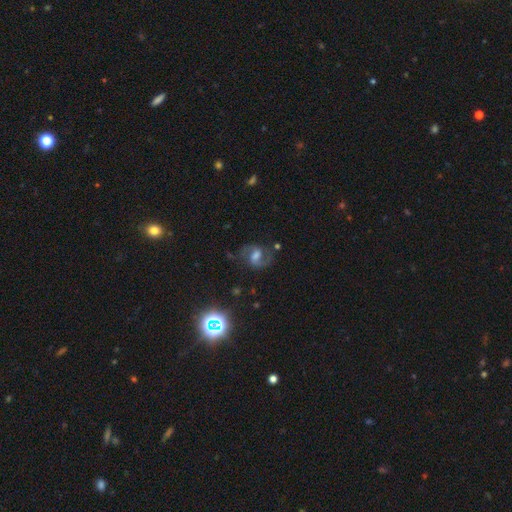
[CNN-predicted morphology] Overall: featured or disk (77%). Edge-on disk: no (97%). Bar: weak (52%; strong 26%). Spiral arms: yes (94%). Spiral arm count: 2 (91%). Spiral winding: medium (56%; loose 32%). Bulge size: moderate (45%; large 22%). Merging: none (74%).